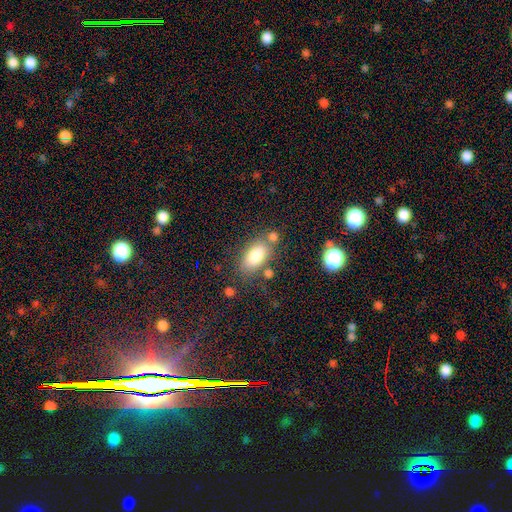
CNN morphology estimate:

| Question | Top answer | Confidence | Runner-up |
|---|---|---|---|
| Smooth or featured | smooth | 81% | featured or disk (10%) |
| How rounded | in between | 90% | round (6%) |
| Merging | none | 65% | minor disturbance (15%) |